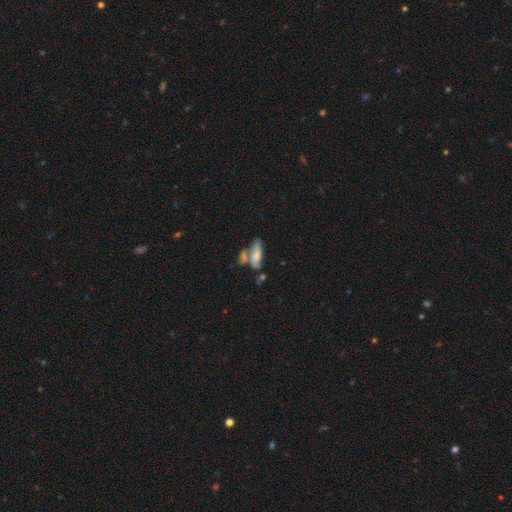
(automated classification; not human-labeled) This appears to be a smooth galaxy with no disk features (59%) that is in between round and cigar-shaped (69%). Merging: merger (44%).